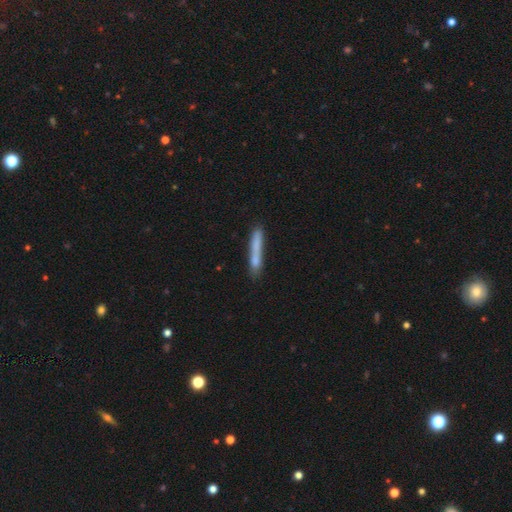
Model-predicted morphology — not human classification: The model was most divided on "smooth or featured": smooth: 71%, featured or disk: 21%, star or artifact: 8%. More confident: how rounded — cigar-shaped (95%); merging — none (70%).